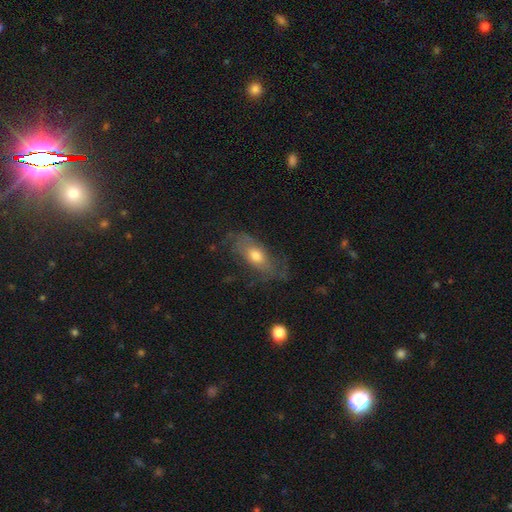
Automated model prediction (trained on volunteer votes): This is possibly a featured or disk galaxy (51%). It is clearly not viewed edge-on (80%). Merging: possibly none (55%).